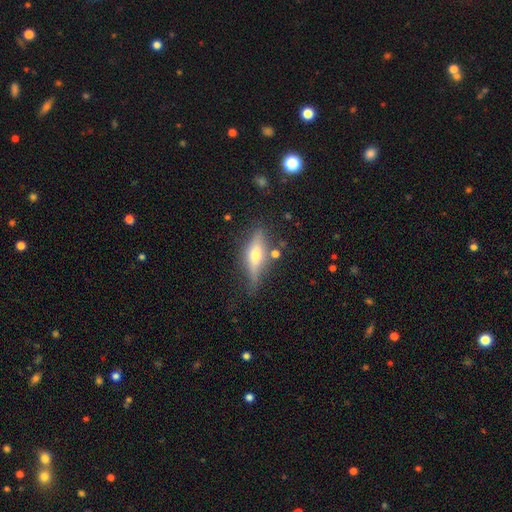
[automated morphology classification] Q: Smooth or featured?
A: featured or disk (56%); runner-up: smooth (36%)
Q: Edge-on disk?
A: yes (90%); runner-up: no (10%)
Q: Edge-on bulge?
A: rounded (92%); runner-up: boxy (5%)
Q: Merging?
A: none (73%); runner-up: minor disturbance (18%)